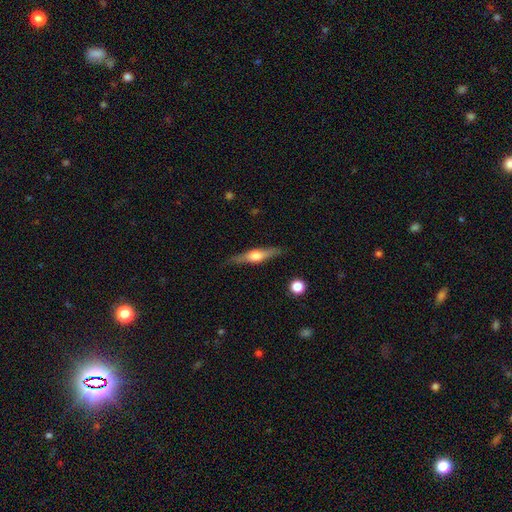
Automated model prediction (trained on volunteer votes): This is likely a featured or disk galaxy (63%). It is clearly viewed edge-on (95%). Edge-on bulge: clearly rounded (92%). Merging: clearly none (84%).